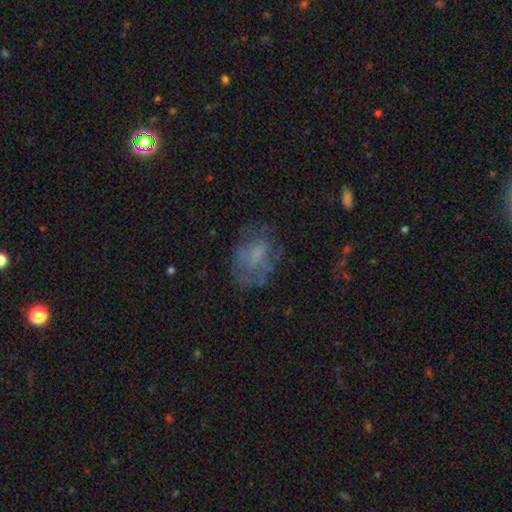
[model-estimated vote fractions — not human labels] This appears to be a smooth galaxy with no disk features (48%). Merging: none (55%).